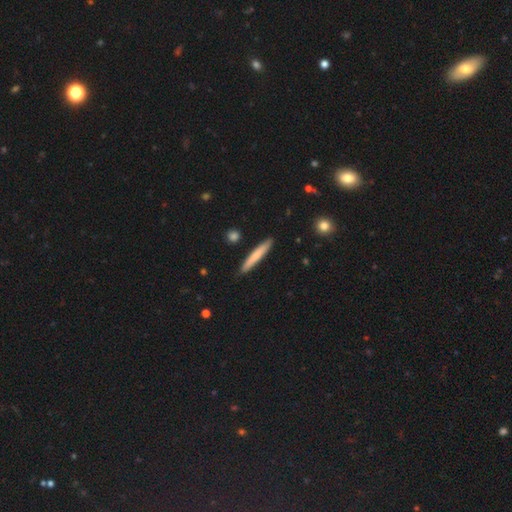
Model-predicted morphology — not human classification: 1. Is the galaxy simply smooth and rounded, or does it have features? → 69% smooth, 26% featured or disk, 5% star or artifact.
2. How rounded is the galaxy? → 95% cigar-shaped, 4% in between, 1% round.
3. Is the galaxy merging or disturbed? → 90% none, 7% minor disturbance, 2% merger, 1% major disturbance.